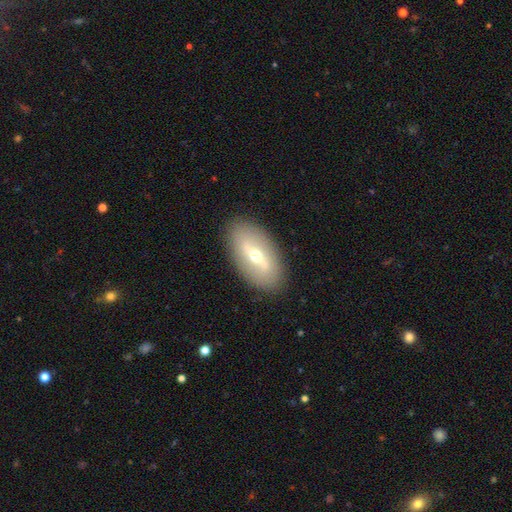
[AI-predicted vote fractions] Smooth or featured?
  - featured or disk: 55% *
  - smooth: 38%
  - star or artifact: 7%
Edge-on disk?
  - no: 79% *
  - yes: 21%
Merging?
  - none: 87% *
  - minor disturbance: 9%
  - major disturbance: 3%
  - merger: 2%